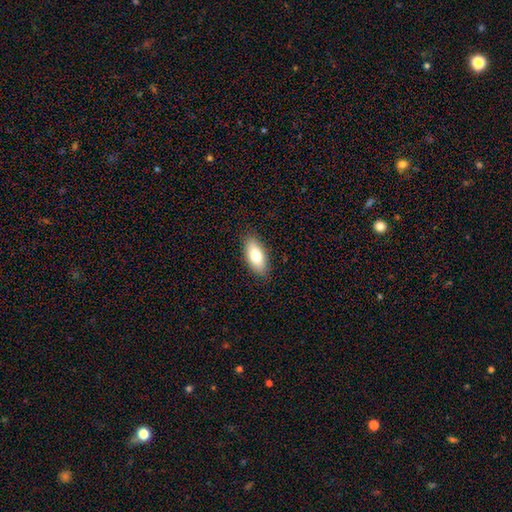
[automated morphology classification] Smooth or featured: smooth — 77% (featured or disk — 16%)
How rounded: in between — 86% (cigar-shaped — 12%)
Merging: none — 88% (minor disturbance — 9%)